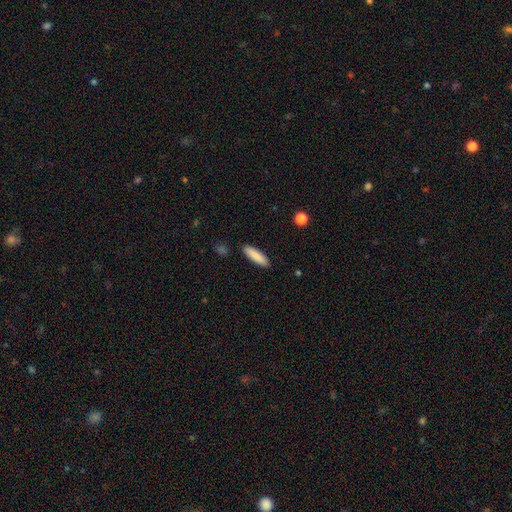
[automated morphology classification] type=smooth (86%); roundness=cigar-shaped (73%); merging=none (90%).